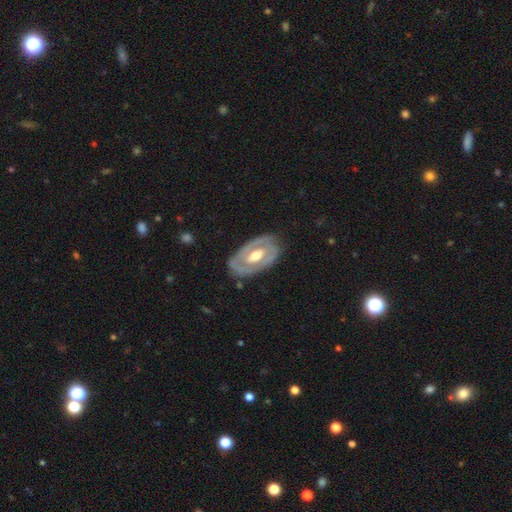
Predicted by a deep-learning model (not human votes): Overall: featured or disk (74%). Edge-on disk: no (93%). Bar: no (44%; weak 37%). Spiral arms: yes (52%; no 48%). Bulge size: moderate (68%). Merging: none (76%).